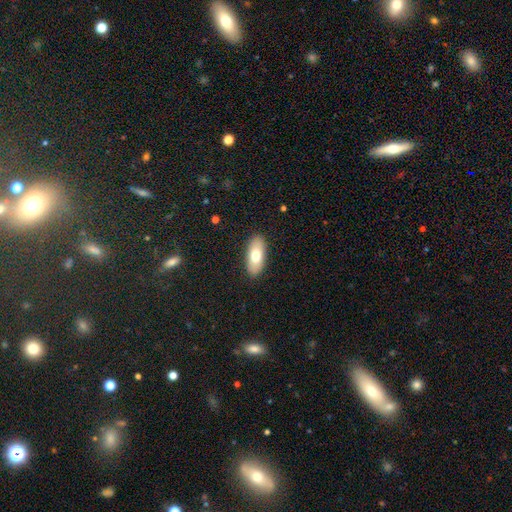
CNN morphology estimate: Smooth or featured?
  - smooth: 73% *
  - featured or disk: 21%
  - star or artifact: 6%
How rounded?
  - in between: 86% *
  - cigar-shaped: 11%
  - round: 3%
Merging?
  - none: 89% *
  - minor disturbance: 8%
  - major disturbance: 2%
  - merger: 1%